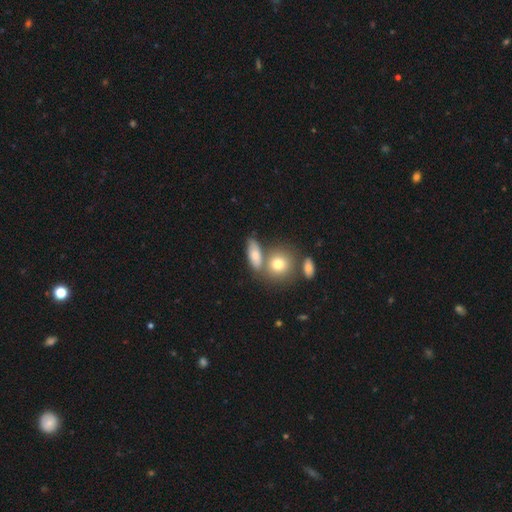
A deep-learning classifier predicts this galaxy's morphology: This appears to be a smooth galaxy with no disk features (69%) that is in between round and cigar-shaped (64%). Merging: none (50%).